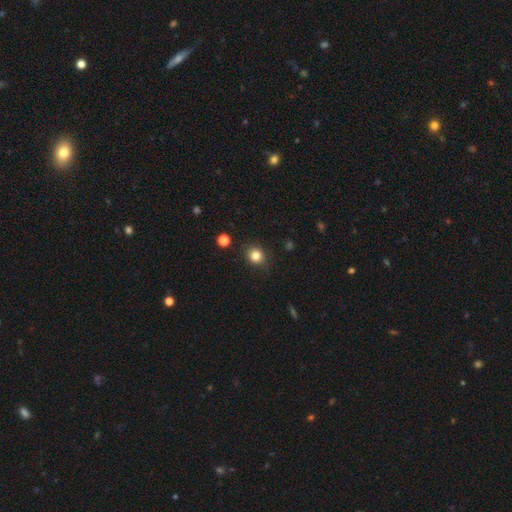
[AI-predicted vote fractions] Overall: smooth (83%). How rounded: round (81%). Merging: none (87%).